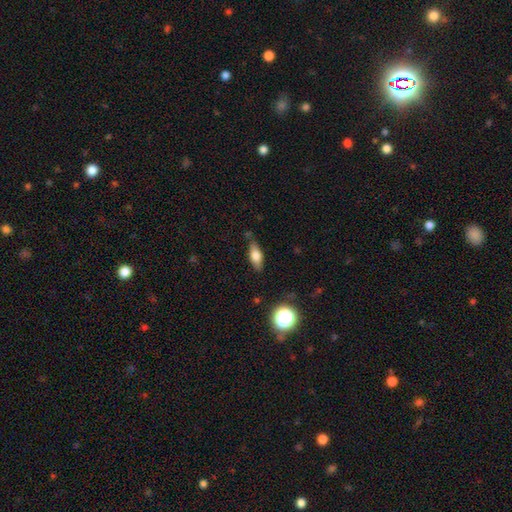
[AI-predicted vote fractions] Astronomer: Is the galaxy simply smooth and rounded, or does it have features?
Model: smooth — 65%.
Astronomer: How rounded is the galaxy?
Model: in between — 70%.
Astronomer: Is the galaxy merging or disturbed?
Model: none — 74%.